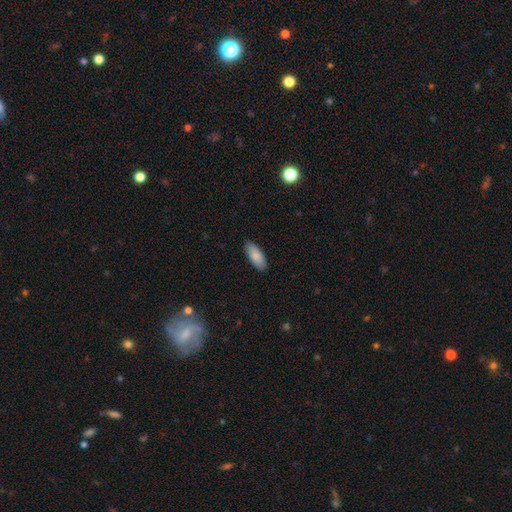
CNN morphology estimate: This appears to be a smooth galaxy with no disk features (88%) that is in between round and cigar-shaped (80%). Merging: none (88%).